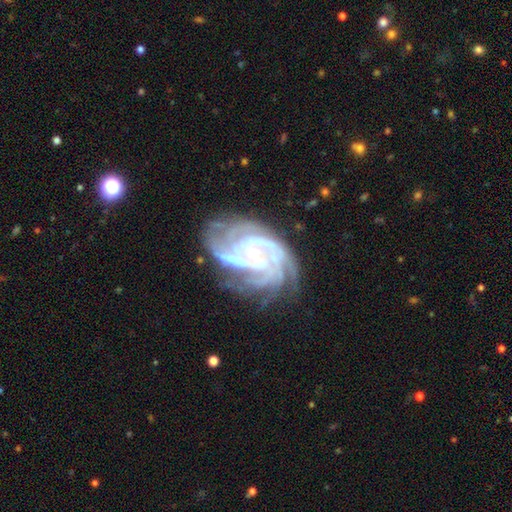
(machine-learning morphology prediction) type=featured or disk (90%); edge-on=no (97%); bar=no (51%); spiral arms=yes (98%); winding=tight (67%); arm count=4 (32%); bulge=small (74%); merging=none (68%).